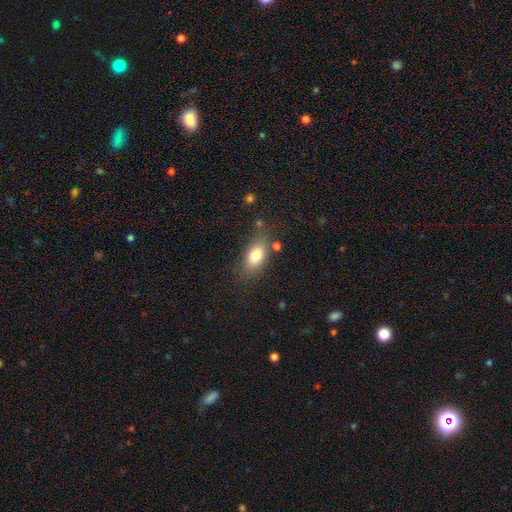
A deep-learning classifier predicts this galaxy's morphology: Smooth or featured? Predicted: smooth (p=0.80). How rounded? Predicted: in between (p=0.86). Merging? Predicted: none (p=0.71).